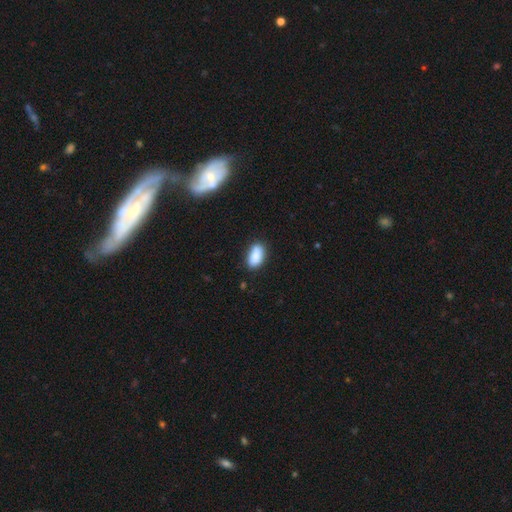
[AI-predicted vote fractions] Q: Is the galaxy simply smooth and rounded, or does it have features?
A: smooth — 87%.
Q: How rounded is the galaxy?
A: in between — 92%.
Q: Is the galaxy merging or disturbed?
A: none — 79%.